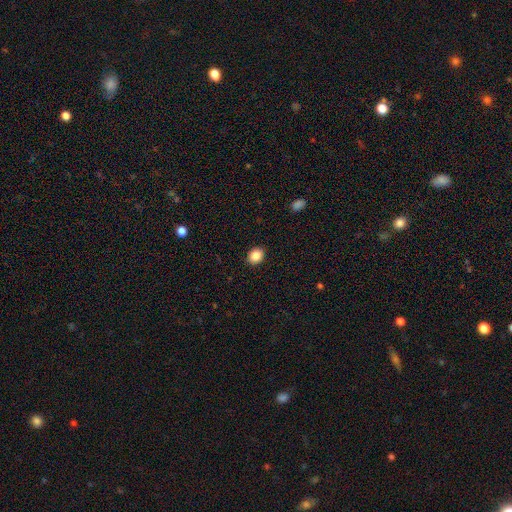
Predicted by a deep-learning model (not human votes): A smooth galaxy with no disk features (87%) that is in between round and cigar-shaped (53%). Merging: none (90%).